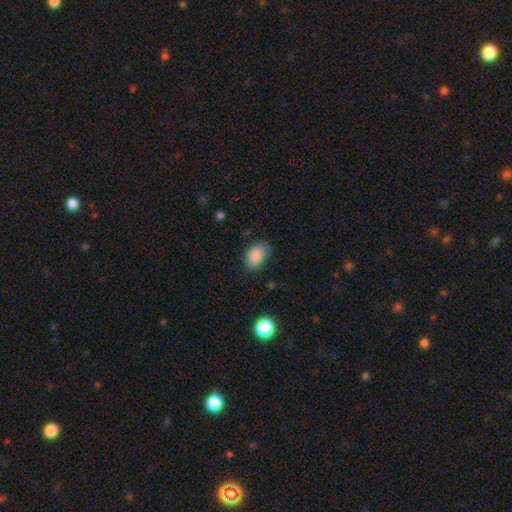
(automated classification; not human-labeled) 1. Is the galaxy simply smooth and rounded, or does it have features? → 87% smooth, 8% star or artifact, 4% featured or disk.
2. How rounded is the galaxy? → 85% in between, 13% round, 1% cigar-shaped.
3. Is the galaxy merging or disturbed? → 78% none, 17% minor disturbance, 4% major disturbance, 1% merger.